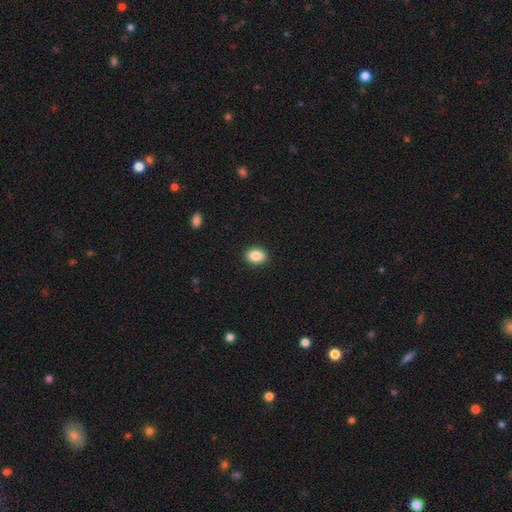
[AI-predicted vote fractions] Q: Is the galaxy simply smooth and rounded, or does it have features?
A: smooth — 87%.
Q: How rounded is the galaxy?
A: in between — 78%.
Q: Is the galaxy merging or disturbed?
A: none — 90%.